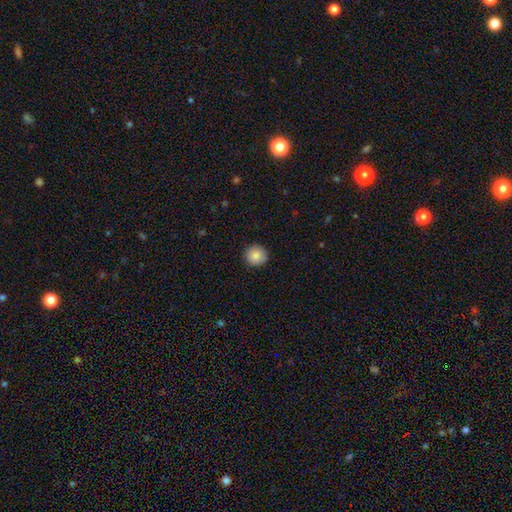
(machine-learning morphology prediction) A smooth galaxy with no disk features (86%) that is round (92%).

Vote fractions:
- Smooth or featured? smooth: 86% / star or artifact: 8% / featured or disk: 6%
- How rounded? round: 92% / in between: 7% / cigar-shaped: 1%
- Merging? none: 91% / minor disturbance: 7% / major disturbance: 2% / merger: 1%